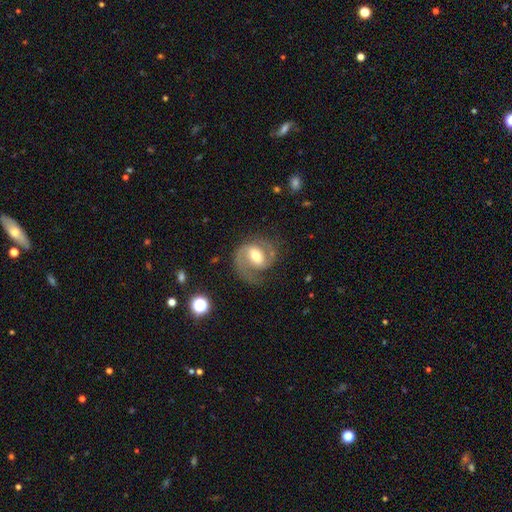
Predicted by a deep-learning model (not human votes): smooth_or_featured: featured or disk (p=0.85) [alt: smooth p=0.10]
disk_edge_on: no (p=0.97) [alt: yes p=0.03]
bar: weak (p=0.47) [alt: strong p=0.29]
has_spiral_arms: yes (p=0.95) [alt: no p=0.05]
spiral_winding: medium (p=0.55) [alt: tight p=0.27]
spiral_arm_count: 2 (p=0.84) [alt: 1 p=0.09]
bulge_size: moderate (p=0.67) [alt: small p=0.21]
merging: none (p=0.70) [alt: minor disturbance p=0.16]